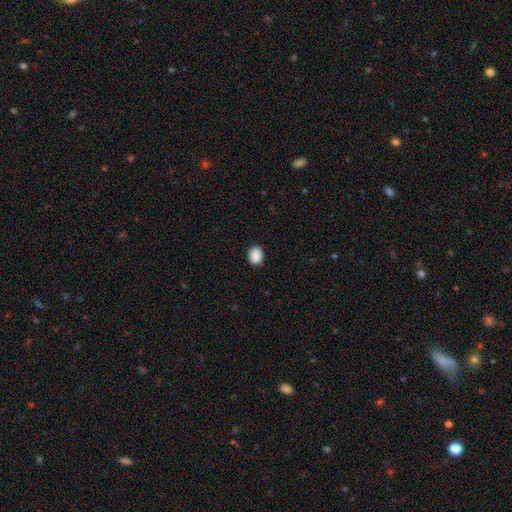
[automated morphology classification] Smooth or featured?
  - smooth: 90% *
  - star or artifact: 8%
  - featured or disk: 2%
How rounded?
  - round: 50% *
  - in between: 49%
  - cigar-shaped: 1%
Merging?
  - none: 89% *
  - minor disturbance: 8%
  - major disturbance: 2%
  - merger: 1%